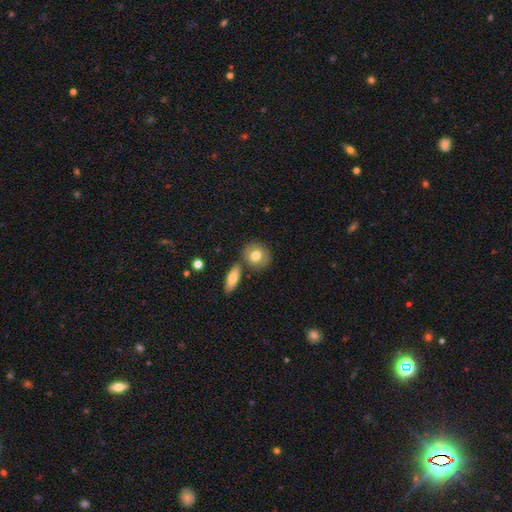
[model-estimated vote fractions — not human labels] Smooth or featured: smooth — 76% (featured or disk — 17%)
How rounded: round — 73% (in between — 25%)
Merging: none — 71% (merger — 15%)